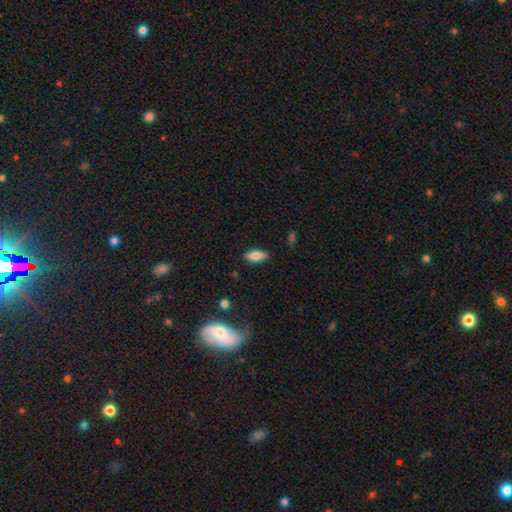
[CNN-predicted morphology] Overall: smooth (77%). How rounded: in between (78%). Merging: none (87%).